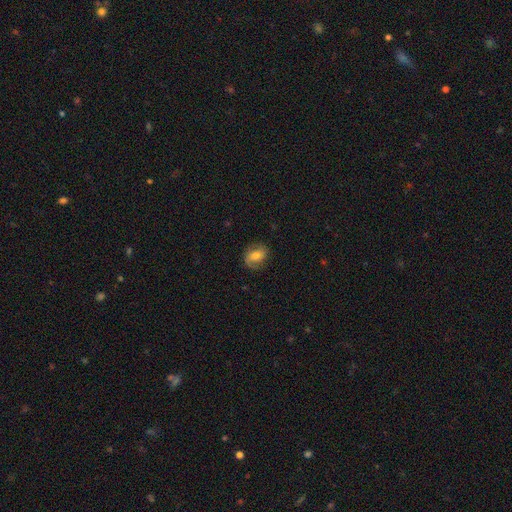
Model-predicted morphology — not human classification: Smooth or featured? smooth (56%)
How rounded? in between (60%)
Merging? none (75%)